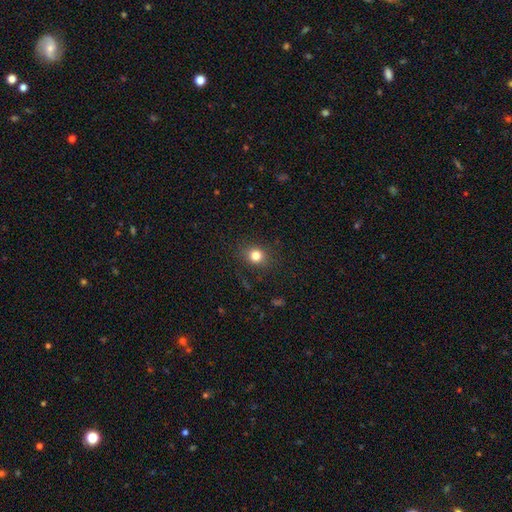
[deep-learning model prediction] This is clearly a smooth galaxy (81%). How rounded: likely round (76%). Merging: clearly none (86%).